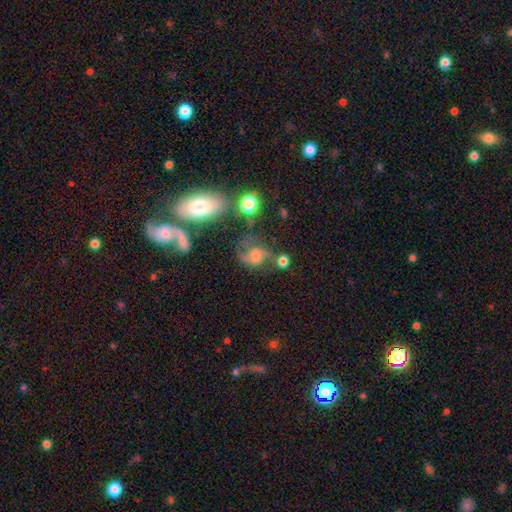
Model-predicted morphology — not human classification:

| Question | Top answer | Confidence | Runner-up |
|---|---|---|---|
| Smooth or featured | featured or disk | 60% | smooth (27%) |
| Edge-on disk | no | 96% | yes (4%) |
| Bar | no | 52% | weak (39%) |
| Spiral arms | yes | 86% | no (14%) |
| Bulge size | moderate | 43% | small (29%) |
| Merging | none | 45% | minor disturbance (20%) |